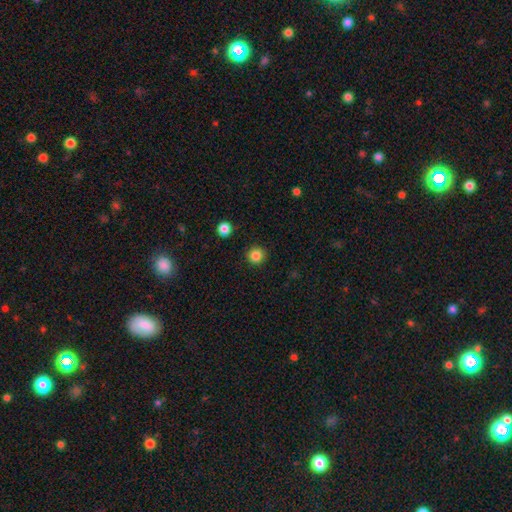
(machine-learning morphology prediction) smooth_or_featured: smooth (p=0.85) [alt: star or artifact p=0.11]
how_rounded: round (p=0.95) [alt: in between p=0.04]
merging: none (p=0.92) [alt: minor disturbance p=0.05]